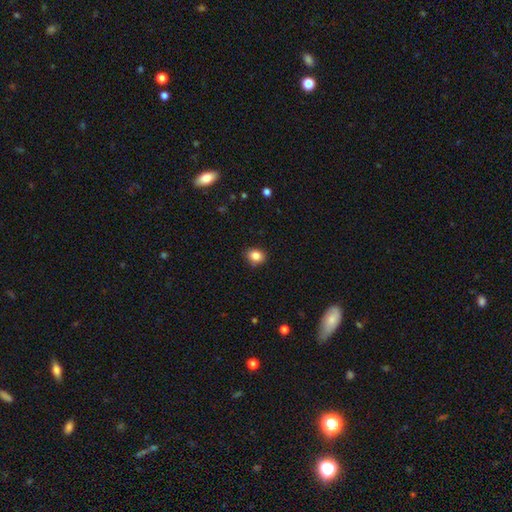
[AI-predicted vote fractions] Smooth or featured? smooth (85%)
How rounded? in between (55%)
Merging? none (85%)